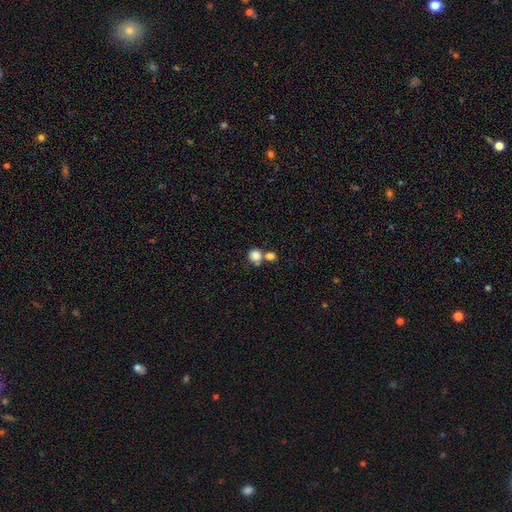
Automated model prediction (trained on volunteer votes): Overall: smooth (83%). How rounded: round (86%). Merging: none (47%; merger 40%).